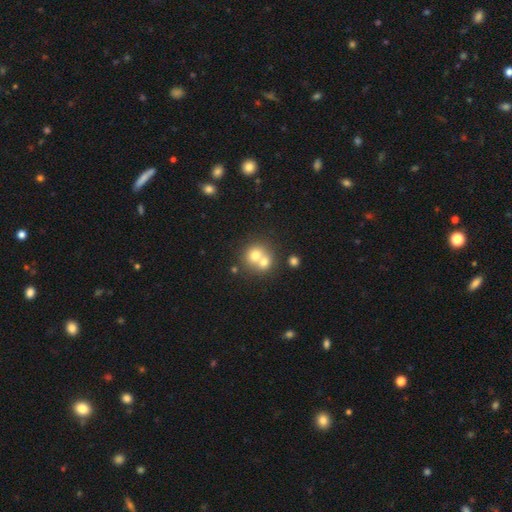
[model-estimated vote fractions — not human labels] A smooth galaxy with no disk features (69%) that is round (80%). Merging: merger (61%).